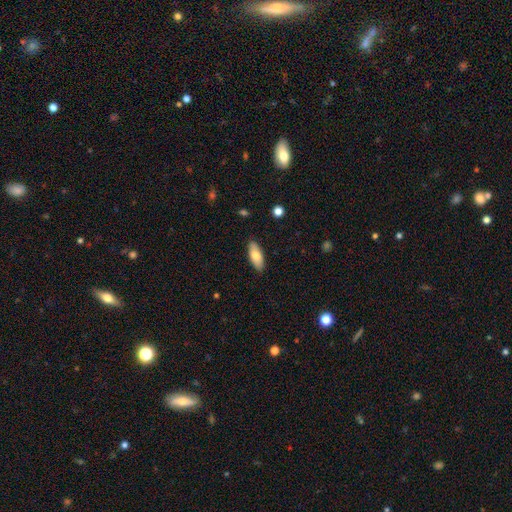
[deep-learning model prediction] smooth 77%, featured or disk 17%, star or artifact 6%. Down the decision tree: how rounded — in between (77%); merging — none (87%).